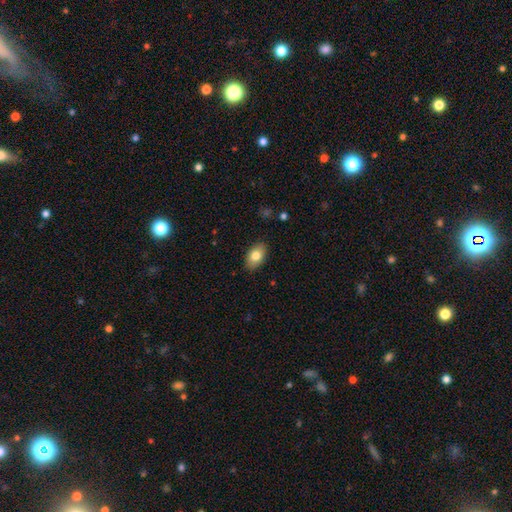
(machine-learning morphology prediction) Overall: smooth (80%). How rounded: in between (90%). Merging: none (88%).